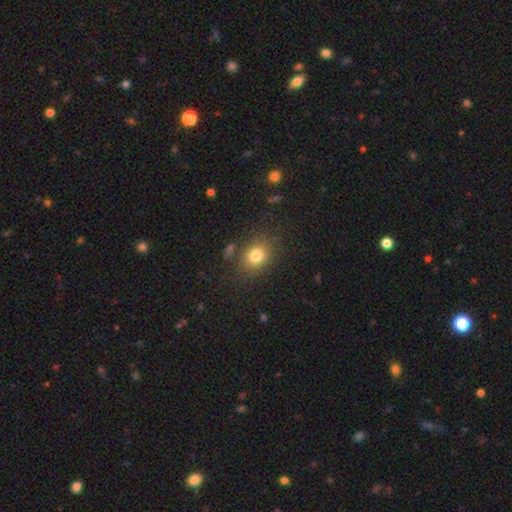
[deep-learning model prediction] smooth_or_featured: smooth (p=0.78) [alt: star or artifact p=0.13]
how_rounded: round (p=0.57) [alt: in between p=0.42]
merging: none (p=0.80) [alt: minor disturbance p=0.12]